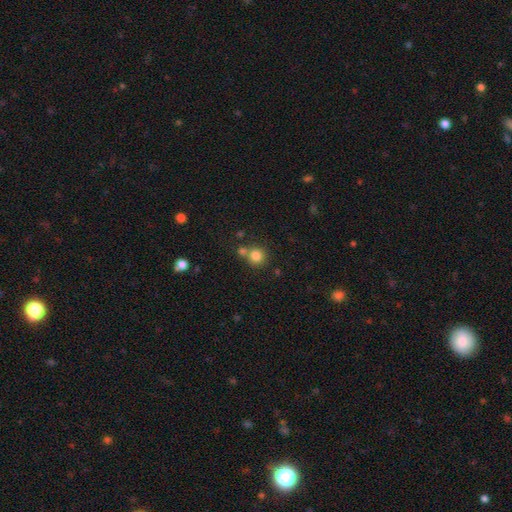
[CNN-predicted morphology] Smooth or featured? Predicted: smooth (p=0.81). How rounded? Predicted: round (p=0.92). Merging? Predicted: none (p=0.63).